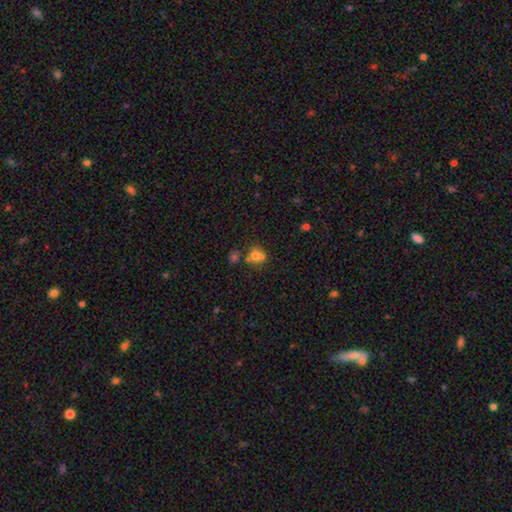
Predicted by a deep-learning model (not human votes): Smooth or featured: smooth — 68% (featured or disk — 17%)
How rounded: round — 72% (in between — 27%)
Merging: merger — 48% (none — 38%)